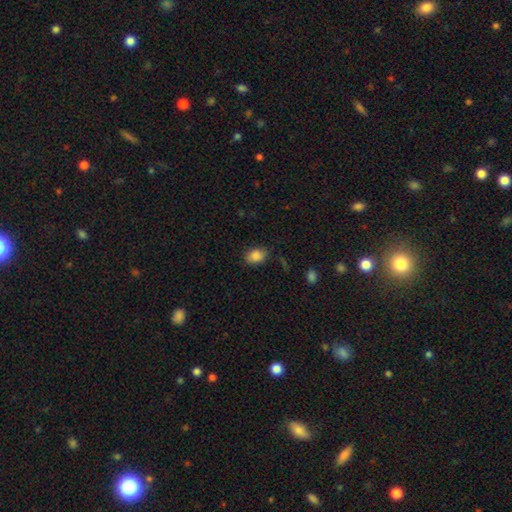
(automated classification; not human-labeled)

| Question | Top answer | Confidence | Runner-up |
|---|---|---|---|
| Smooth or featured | smooth | 86% | star or artifact (9%) |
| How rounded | in between | 74% | round (25%) |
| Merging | none | 79% | minor disturbance (16%) |